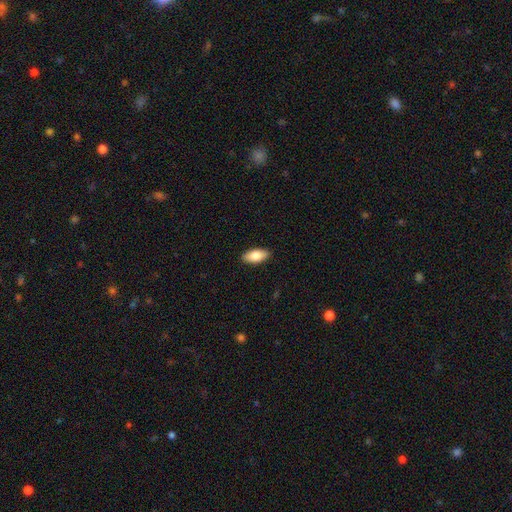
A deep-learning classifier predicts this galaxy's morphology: Q: Smooth or featured?
A: smooth (82%); runner-up: featured or disk (12%)
Q: How rounded?
A: in between (88%); runner-up: cigar-shaped (10%)
Q: Merging?
A: none (90%); runner-up: minor disturbance (8%)